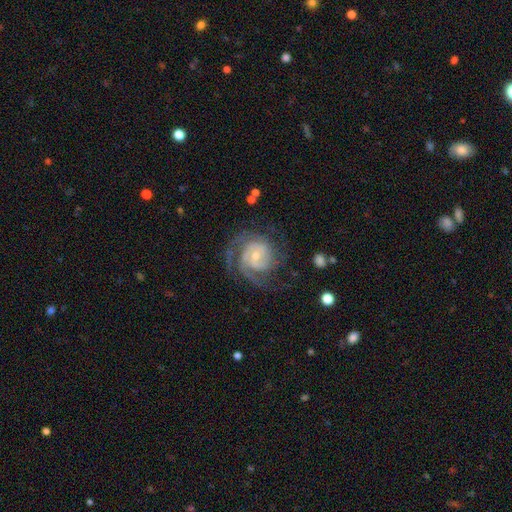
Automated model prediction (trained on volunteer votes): Smooth or featured? featured or disk (86%)
Edge-on disk? no (98%)
Bar? no (56%)
Spiral arms? yes (96%)
Spiral winding? tight (59%)
Spiral arm count? 2 (29%)
Bulge size? small (60%)
Merging? none (66%)